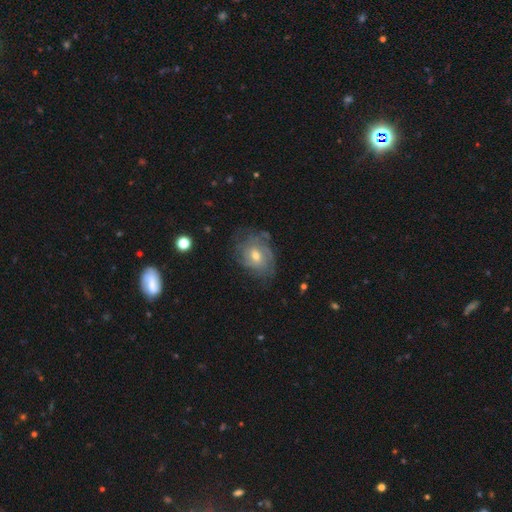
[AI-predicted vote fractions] Smooth or featured: featured or disk — 68% (smooth — 24%)
Edge-on disk: no — 96% (yes — 4%)
Bar: no — 54% (weak — 39%)
Spiral arms: yes — 80% (no — 20%)
Spiral winding: tight — 52% (medium — 34%)
Spiral arm count: can't tell — 53% (2 — 18%)
Bulge size: moderate — 56% (small — 40%)
Merging: none — 60% (minor disturbance — 25%)